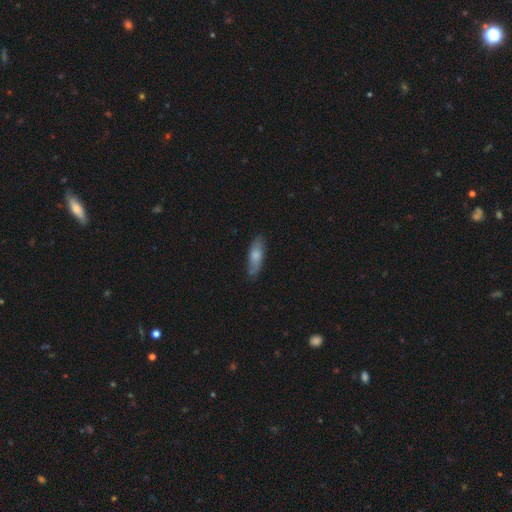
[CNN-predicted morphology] smooth 67%, featured or disk 26%, star or artifact 6%. Down the decision tree: how rounded — in between (60%); merging — none (74%).